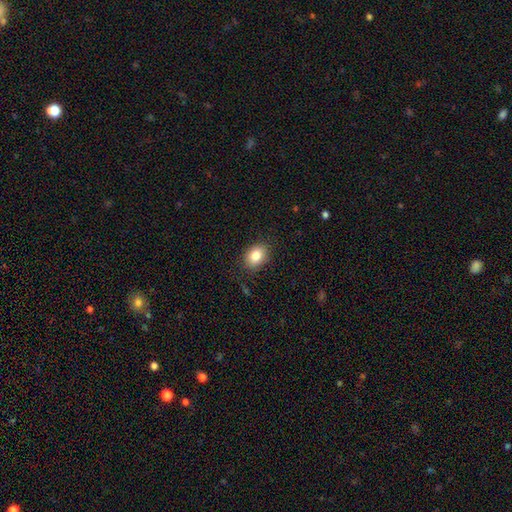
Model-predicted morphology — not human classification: This appears to be a smooth galaxy with no disk features (85%) that is in between round and cigar-shaped (67%). Merging: none (85%).